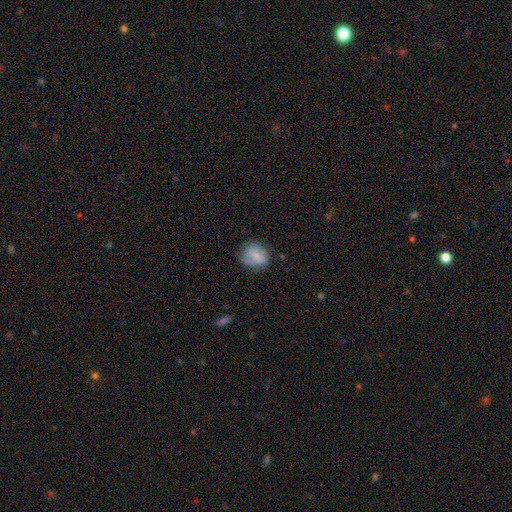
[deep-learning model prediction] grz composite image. It shows a smooth galaxy with no disk features (72%) that is round (68%). Merging: none (64%).